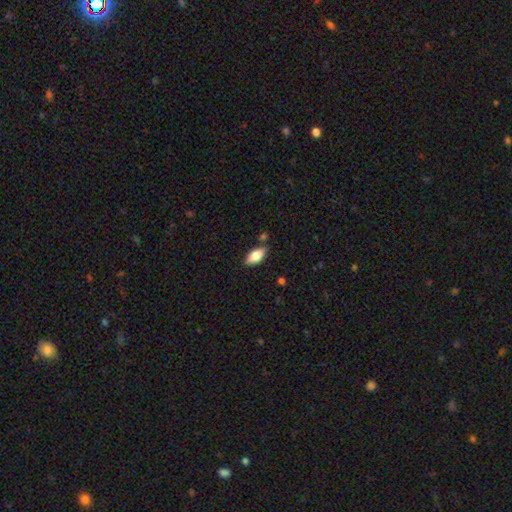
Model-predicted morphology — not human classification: smooth-or-featured: smooth: 80% | featured or disk: 14% | star or artifact: 7%
  how-rounded: in between: 88% | cigar-shaped: 9% | round: 2%
  merging: none: 78% | minor disturbance: 15% | merger: 5% | major disturbance: 3%